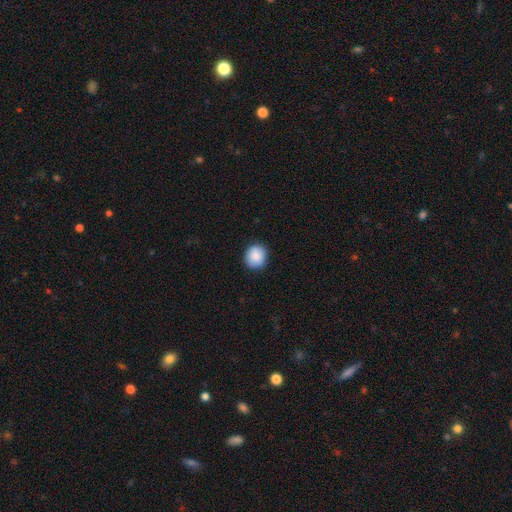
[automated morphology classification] Smooth or featured?
  - smooth: 87% *
  - star or artifact: 8%
  - featured or disk: 5%
How rounded?
  - round: 83% *
  - in between: 16%
  - cigar-shaped: 1%
Merging?
  - none: 88% *
  - minor disturbance: 9%
  - major disturbance: 2%
  - merger: 1%